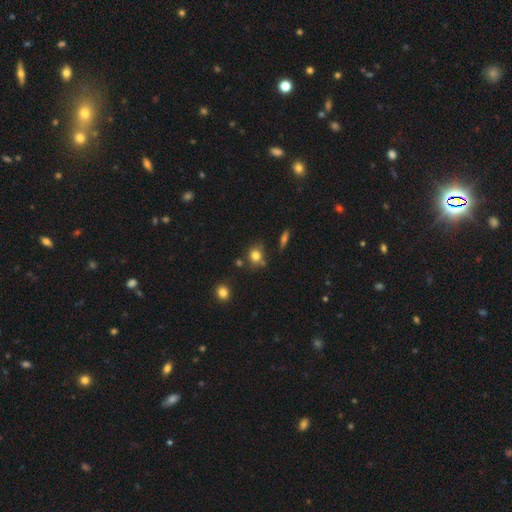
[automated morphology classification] Q: Smooth or featured?
A: smooth (79%); runner-up: star or artifact (13%)
Q: How rounded?
A: round (76%); runner-up: in between (23%)
Q: Merging?
A: none (68%); runner-up: minor disturbance (17%)